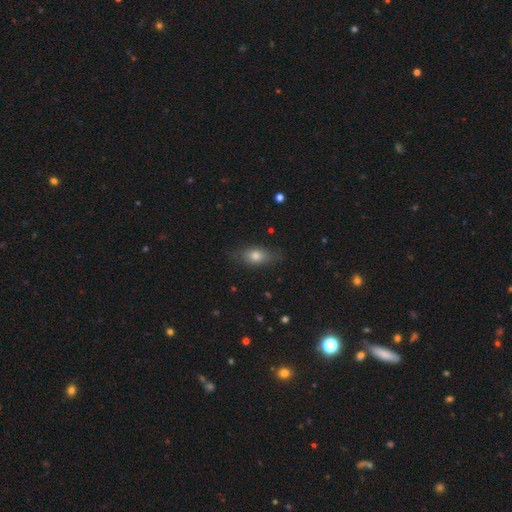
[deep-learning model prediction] smooth 74%, featured or disk 16%, star or artifact 10%. Down the decision tree: how rounded — in between (77%); merging — none (79%).